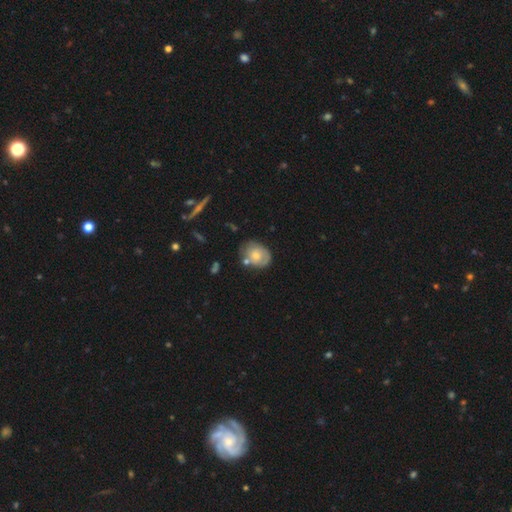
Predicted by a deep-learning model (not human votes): smooth_or_featured: smooth (p=0.52) [alt: featured or disk p=0.40]
how_rounded: in between (p=0.52) [alt: round p=0.47]
merging: none (p=0.60) [alt: minor disturbance p=0.24]